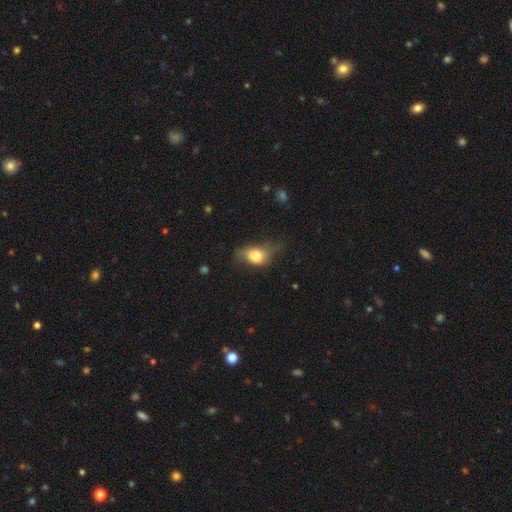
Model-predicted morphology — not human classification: Overall: smooth (71%). How rounded: in between (77%). Merging: none (40%; minor disturbance 35%).